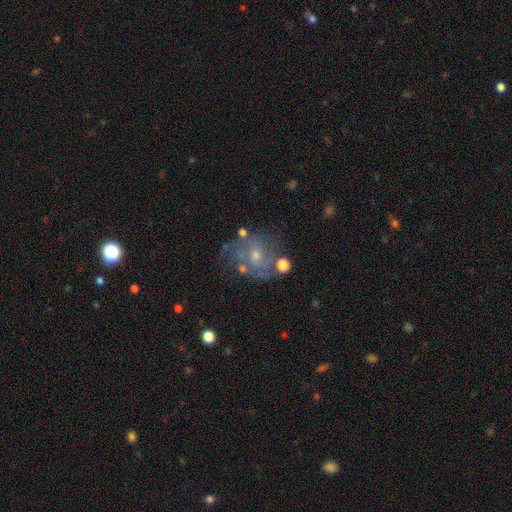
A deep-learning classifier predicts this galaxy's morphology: A featured or disk galaxy (69%) with no bar (70%), medium (41%, tied with tight) spiral arms (76%) and a small central bulge (55%). Merging: none (57%).